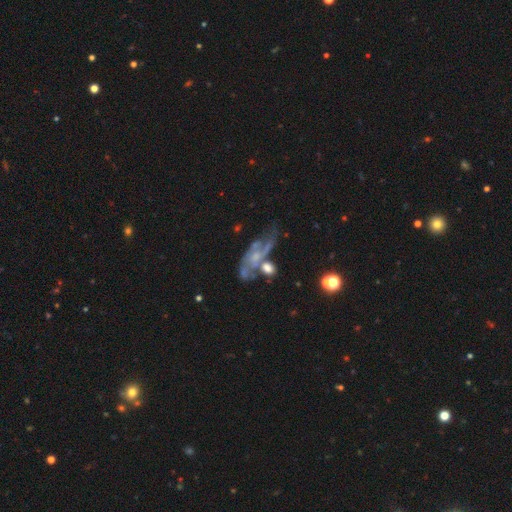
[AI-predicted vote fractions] Q: Smooth or featured?
A: featured or disk (68%); runner-up: smooth (19%)
Q: Edge-on disk?
A: no (89%); runner-up: yes (11%)
Q: Bar?
A: no (70%); runner-up: weak (23%)
Q: Spiral arms?
A: yes (61%); runner-up: no (39%)
Q: Bulge size?
A: small (40%); runner-up: none (35%)
Q: Merging?
A: none (31%); runner-up: major disturbance (28%)